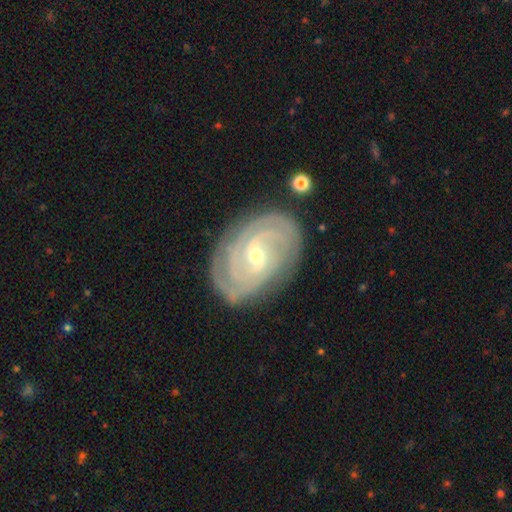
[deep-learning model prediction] This appears to be a featured or disk galaxy (90%) with a weak bar (46%), 3 (27%) tight (79%) spiral arms (98%) and a small central bulge (59%). Merging: none (82%).